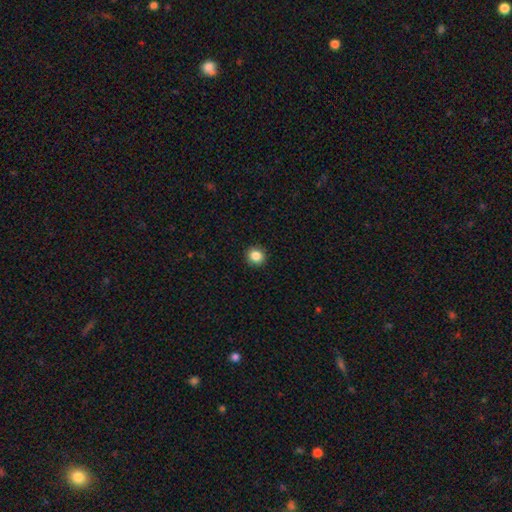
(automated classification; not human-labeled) This is clearly a smooth galaxy (85%). How rounded: clearly round (89%). Merging: clearly none (93%).